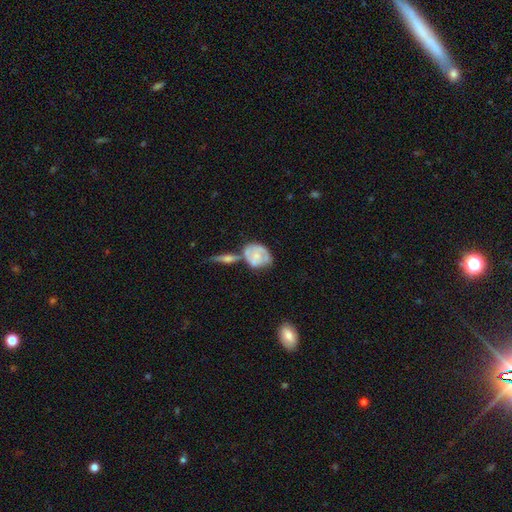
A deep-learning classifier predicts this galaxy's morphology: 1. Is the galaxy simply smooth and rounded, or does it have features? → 54% featured or disk, 40% smooth, 6% star or artifact.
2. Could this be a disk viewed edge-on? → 92% no, 8% yes.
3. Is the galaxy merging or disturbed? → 35% none, 32% merger, 22% minor disturbance, 11% major disturbance.